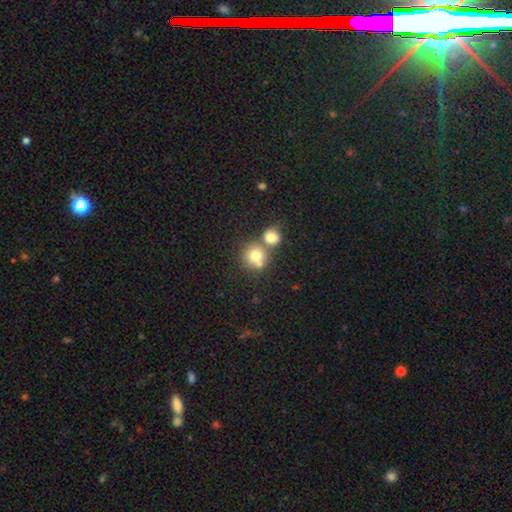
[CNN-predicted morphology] Smooth or featured: smooth — 73% (featured or disk — 15%)
How rounded: round — 87% (in between — 12%)
Merging: none — 45% (merger — 44%)